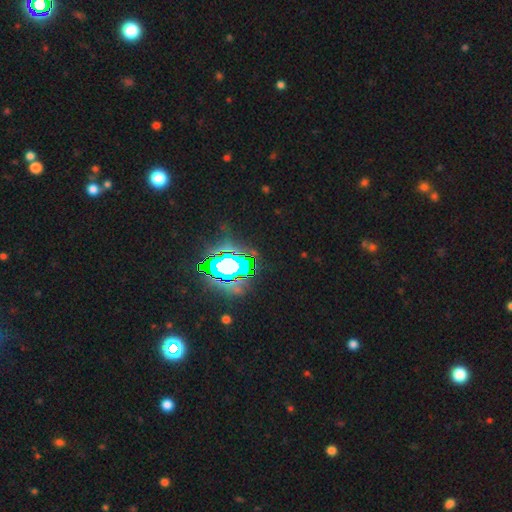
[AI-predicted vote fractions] Smooth or featured?
  - star or artifact: 83% *
  - smooth: 10%
  - featured or disk: 7%